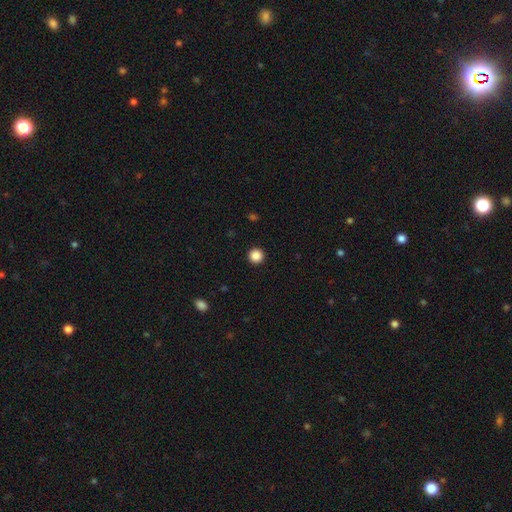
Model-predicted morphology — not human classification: A smooth galaxy with no disk features (87%) that is round (96%).

Vote fractions:
- Smooth or featured? smooth: 87% / star or artifact: 11% / featured or disk: 3%
- How rounded? round: 96% / in between: 3% / cigar-shaped: 1%
- Merging? none: 94% / minor disturbance: 4% / major disturbance: 1% / merger: 1%